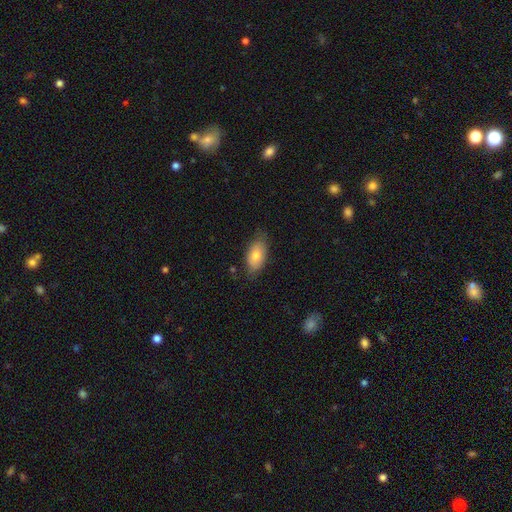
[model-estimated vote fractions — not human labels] smooth_or_featured: smooth (p=0.76) [alt: featured or disk p=0.17]
how_rounded: in between (p=0.91) [alt: cigar-shaped p=0.04]
merging: none (p=0.75) [alt: minor disturbance p=0.20]